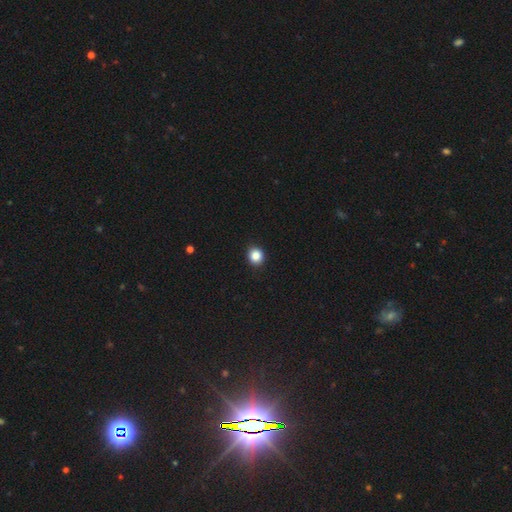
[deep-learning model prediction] Overall: smooth (86%). How rounded: round (87%). Merging: none (92%).